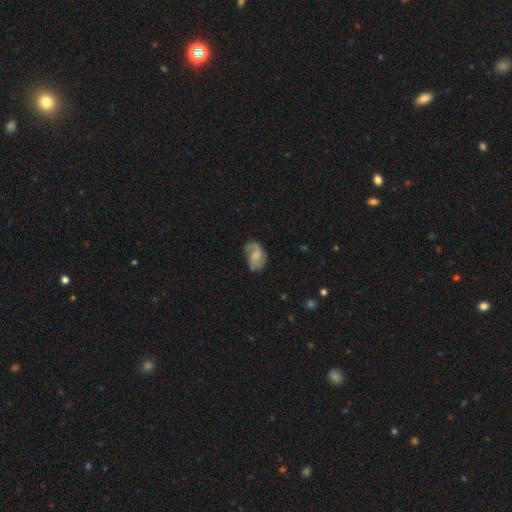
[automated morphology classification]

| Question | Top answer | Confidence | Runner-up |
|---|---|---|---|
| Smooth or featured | featured or disk | 64% | smooth (29%) |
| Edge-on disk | no | 97% | yes (3%) |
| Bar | no | 55% | weak (39%) |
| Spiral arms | yes | 90% | no (10%) |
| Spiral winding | medium | 42% | loose (41%) |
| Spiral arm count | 2 | 72% | 1 (12%) |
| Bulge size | small | 41% | moderate (29%) |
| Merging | none | 60% | minor disturbance (25%) |